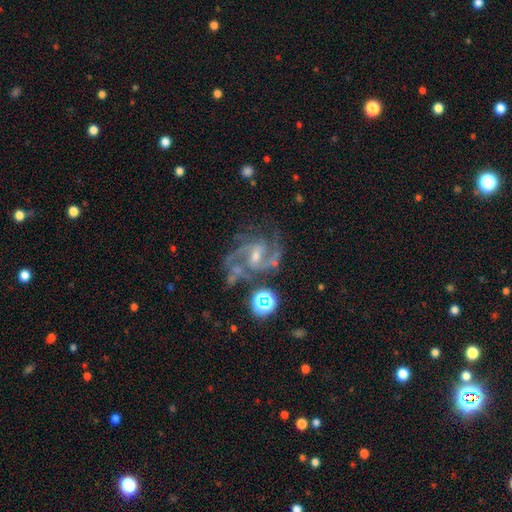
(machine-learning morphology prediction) The model was most divided on "bulge size": small: 58%, moderate: 34%, none: 5%, large: 2%, dominant: 1%. More confident: edge-on disk — no (97%); spiral arms — yes (97%); smooth or featured — featured or disk (85%); merging — none (62%); spiral arm count — 2 (62%); spiral winding — medium (57%); bar — weak (51%).